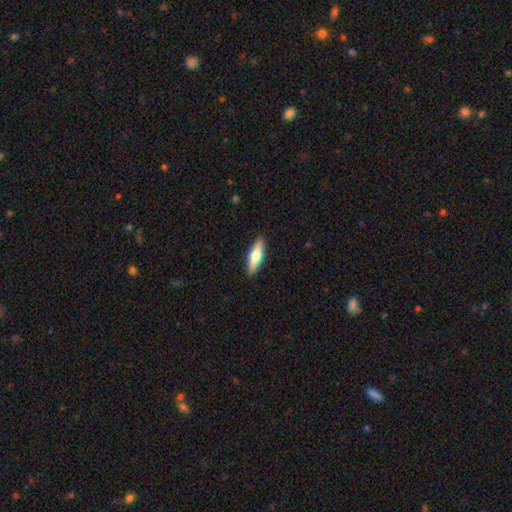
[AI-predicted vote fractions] Smooth or featured? smooth (57%)
How rounded? cigar-shaped (57%)
Merging? none (90%)